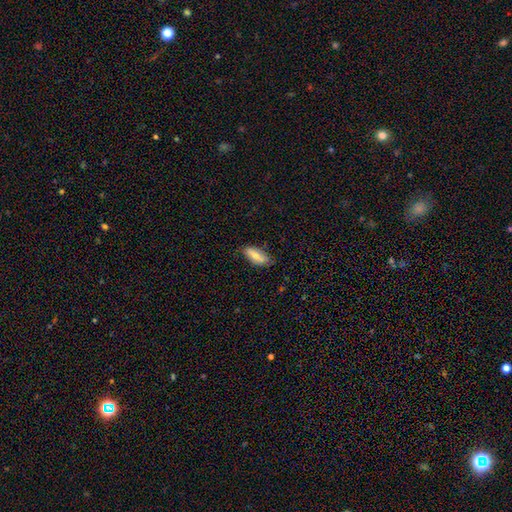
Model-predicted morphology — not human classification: A smooth galaxy with no disk features (73%) that is in between round and cigar-shaped (79%).

Vote fractions:
- Smooth or featured? smooth: 73% / featured or disk: 20% / star or artifact: 6%
- How rounded? in between: 79% / cigar-shaped: 18% / round: 2%
- Merging? none: 73% / minor disturbance: 22% / major disturbance: 4% / merger: 1%